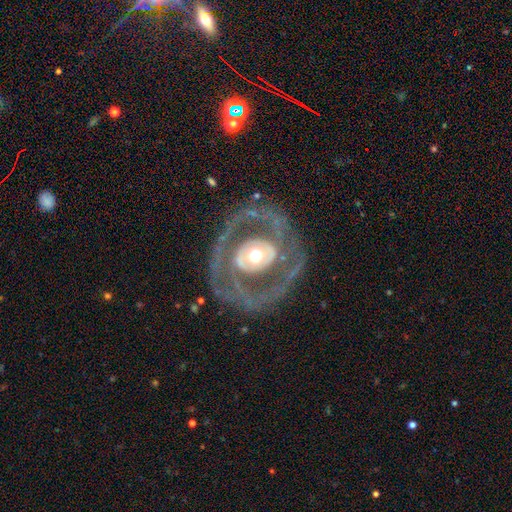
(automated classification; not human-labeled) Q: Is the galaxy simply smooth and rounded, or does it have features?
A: featured or disk — 79%.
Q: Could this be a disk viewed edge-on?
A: no — 95%.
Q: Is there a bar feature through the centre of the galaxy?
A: no — 74%.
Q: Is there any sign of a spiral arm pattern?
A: yes — 56%.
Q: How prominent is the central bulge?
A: moderate — 55%.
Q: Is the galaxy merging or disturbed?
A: none — 73%.